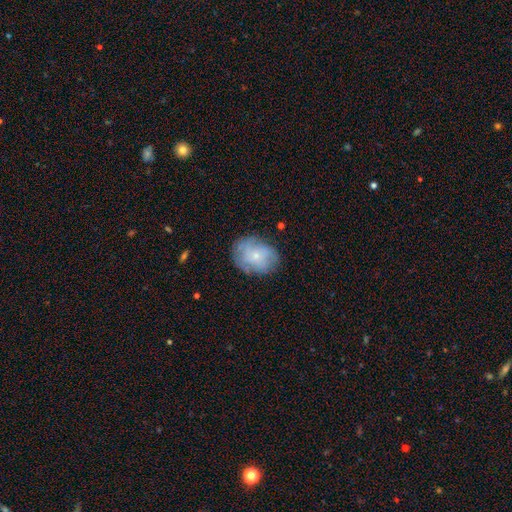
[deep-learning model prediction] Smooth or featured? smooth (55%)
How rounded? in between (60%)
Merging? none (71%)